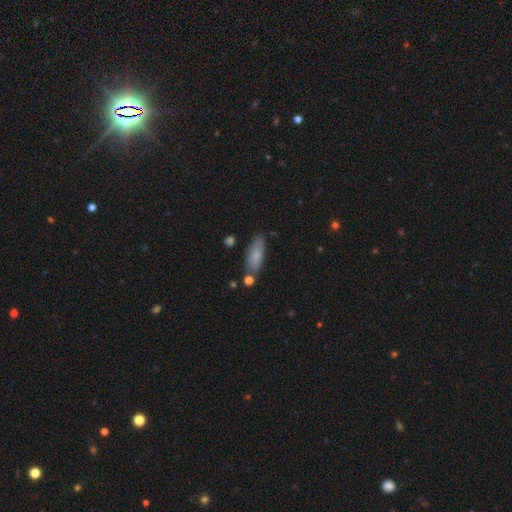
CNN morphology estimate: This appears to be a smooth galaxy with no disk features (79%) that is in between round and cigar-shaped (62%). Merging: none (73%).